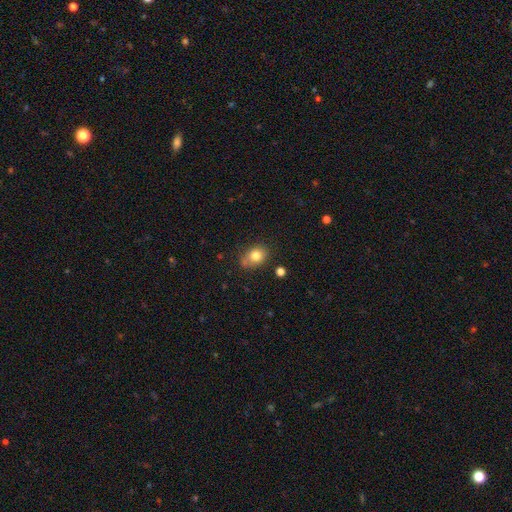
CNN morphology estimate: This is likely a smooth galaxy (80%). How rounded: possibly in between (54%). Merging: likely none (64%).